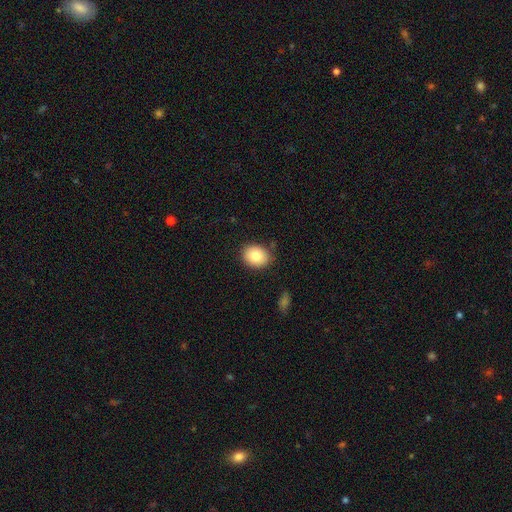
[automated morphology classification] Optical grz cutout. It shows a smooth galaxy with no disk features (84%) that is in between round and cigar-shaped (52%). Merging: none (84%).